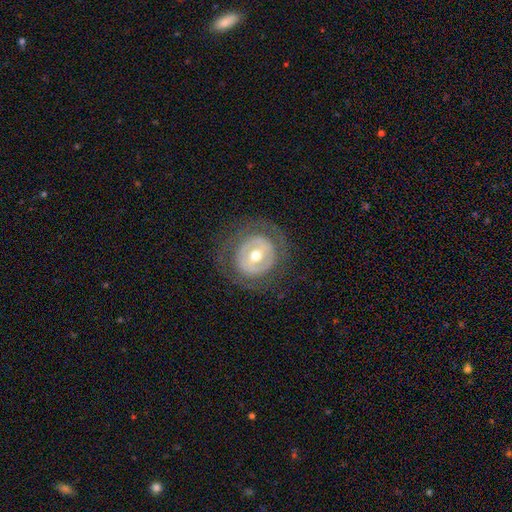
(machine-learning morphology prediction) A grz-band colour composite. It shows a featured or disk galaxy (68%) with no bar (42%), no spiral arms (69%) and a moderate central bulge (72%). Merging: none (75%).